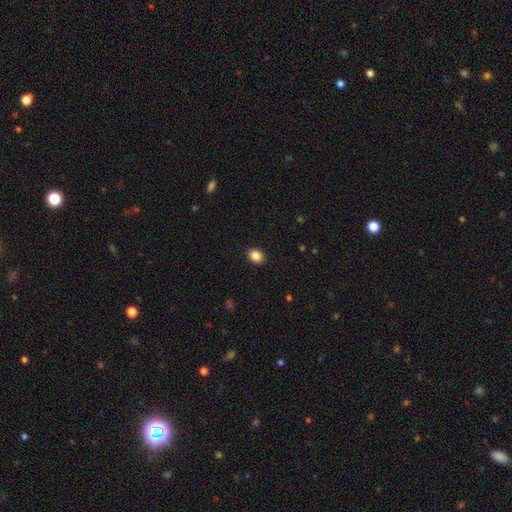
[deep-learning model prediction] Smooth or featured? Predicted: smooth (p=0.87). How rounded? Predicted: in between (p=0.54). Merging? Predicted: none (p=0.91).